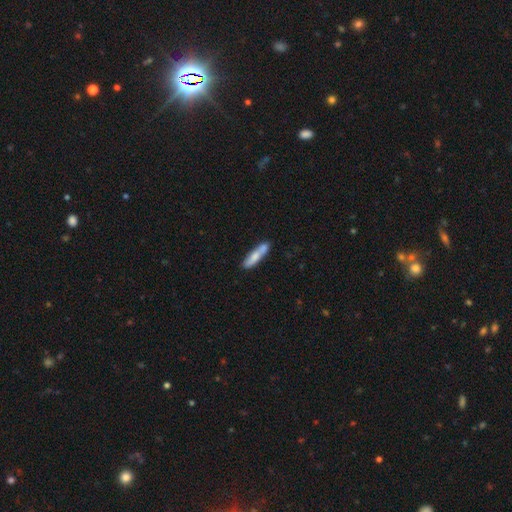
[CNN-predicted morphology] smooth 72%, featured or disk 23%, star or artifact 6%. Down the decision tree: how rounded — cigar-shaped (81%); merging — none (65%).